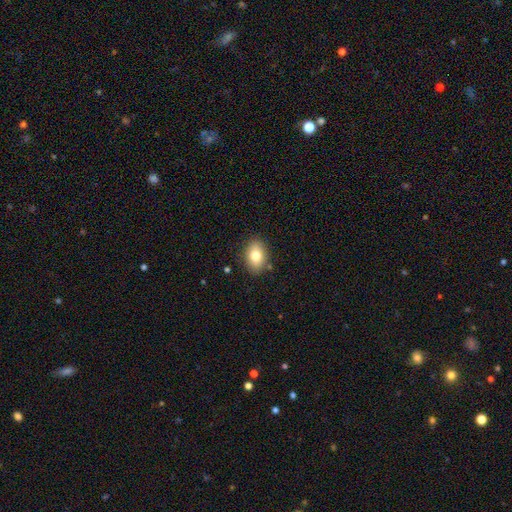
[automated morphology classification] The model was most divided on "smooth or featured": smooth: 80%, featured or disk: 12%, star or artifact: 8%. More confident: merging — none (85%); how rounded — in between (84%).